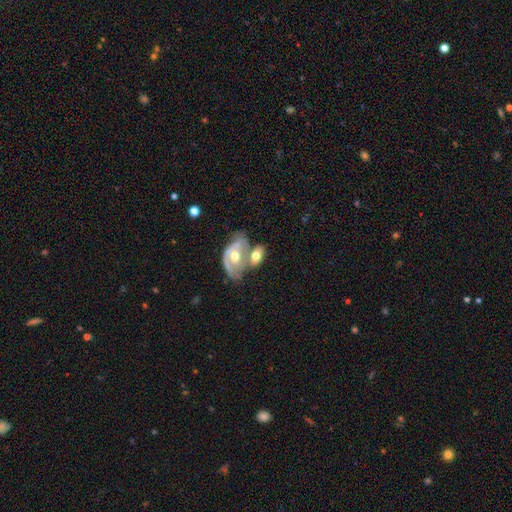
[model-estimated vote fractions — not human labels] A featured or disk galaxy (53%).

Vote fractions:
- Smooth or featured? featured or disk: 53% / smooth: 40% / star or artifact: 6%
- Edge-on disk? no: 92% / yes: 8%
- Merging? merger: 60% / none: 21% / minor disturbance: 11% / major disturbance: 8%